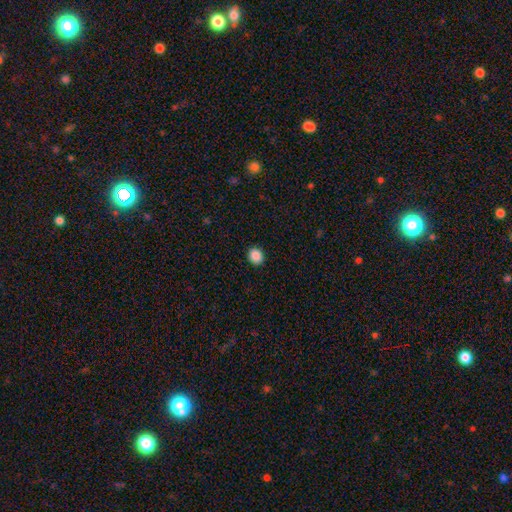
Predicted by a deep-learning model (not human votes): Morphology: type=smooth (88%); roundness=round (70%); merging=none (92%).